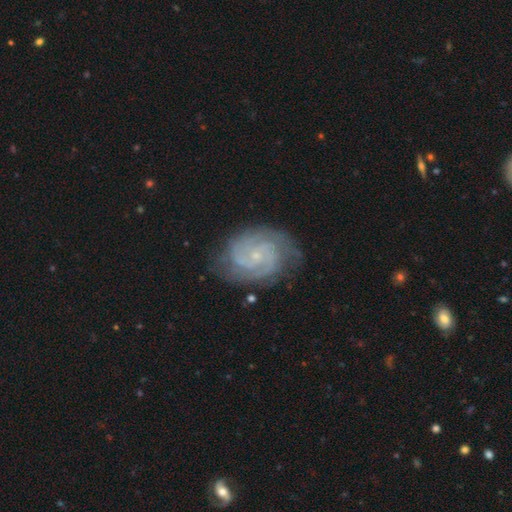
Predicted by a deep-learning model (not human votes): A featured or disk galaxy (87%) with no bar (69%), 2 (43%) tight (65%) spiral arms (98%) and a small central bulge (83%).

Vote fractions:
- Smooth or featured? featured or disk: 87% / smooth: 6% / star or artifact: 6%
- Edge-on disk? no: 98% / yes: 2%
- Bar? no: 69% / weak: 26% / strong: 5%
- Spiral arms? yes: 98% / no: 2%
- Spiral winding? tight: 65% / medium: 30% / loose: 5%
- Spiral arm count? 2: 43% / 3: 21% / can't tell: 16% / 4: 9% / more than 4: 6% / 1: 6%
- Bulge size? small: 83% / moderate: 11% / none: 4% / large: 1% / dominant: 1%
- Merging? none: 77% / minor disturbance: 16% / major disturbance: 5% / merger: 1%